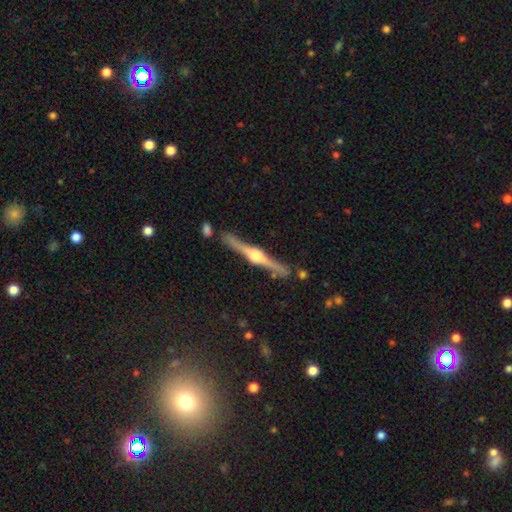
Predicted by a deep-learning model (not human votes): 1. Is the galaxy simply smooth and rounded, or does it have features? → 87% featured or disk, 9% smooth, 5% star or artifact.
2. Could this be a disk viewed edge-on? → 98% yes, 2% no.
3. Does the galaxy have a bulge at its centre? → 95% rounded, 4% boxy, 2% none.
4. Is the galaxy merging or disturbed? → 85% none, 9% minor disturbance, 3% merger, 2% major disturbance.